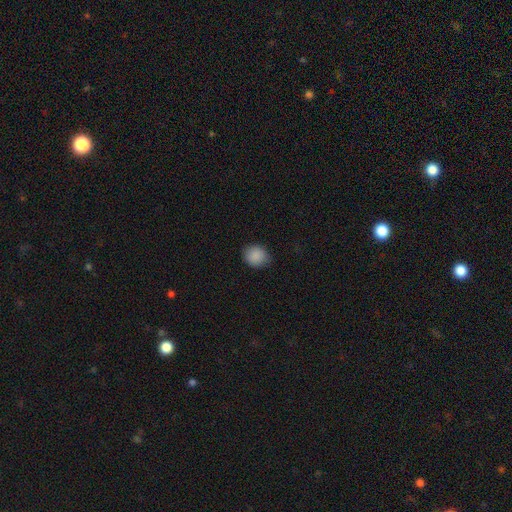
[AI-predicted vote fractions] Smooth or featured?
  - smooth: 89% *
  - star or artifact: 8%
  - featured or disk: 3%
How rounded?
  - round: 72% *
  - in between: 27%
  - cigar-shaped: 1%
Merging?
  - none: 82% *
  - minor disturbance: 14%
  - major disturbance: 3%
  - merger: 1%